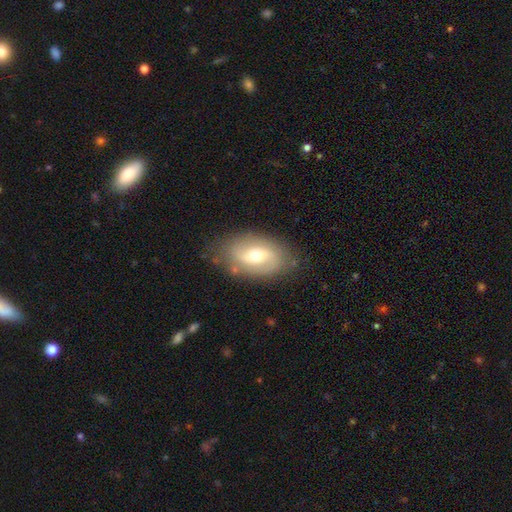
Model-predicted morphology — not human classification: The model was most divided on "bar": weak: 44%, no: 39%, strong: 17%. More confident: edge-on disk — no (93%); merging — none (79%); spiral arms — yes (70%); bulge size — moderate (68%); smooth or featured — featured or disk (56%).